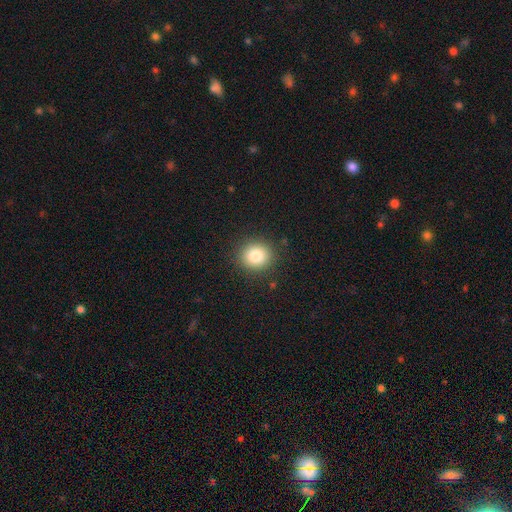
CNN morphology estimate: Overall: smooth (83%). How rounded: round (85%). Merging: none (89%).